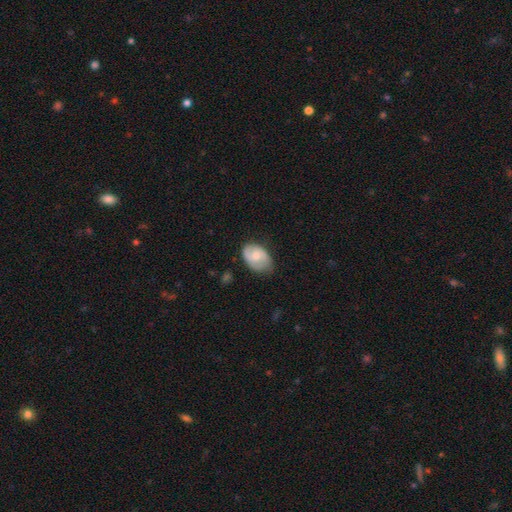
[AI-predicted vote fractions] smooth-or-featured: smooth: 58% | featured or disk: 36% | star or artifact: 6%
  how-rounded: in between: 85% | round: 14% | cigar-shaped: 1%
  merging: none: 57% | minor disturbance: 33% | major disturbance: 8% | merger: 2%